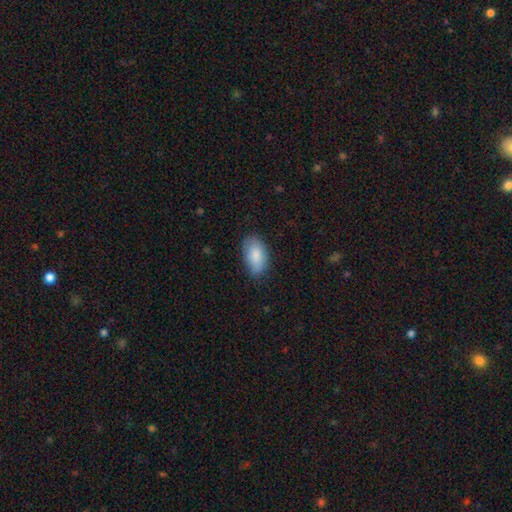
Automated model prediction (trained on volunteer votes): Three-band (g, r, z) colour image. It shows a smooth galaxy with no disk features (86%) that is in between round and cigar-shaped (94%). Merging: none (77%).